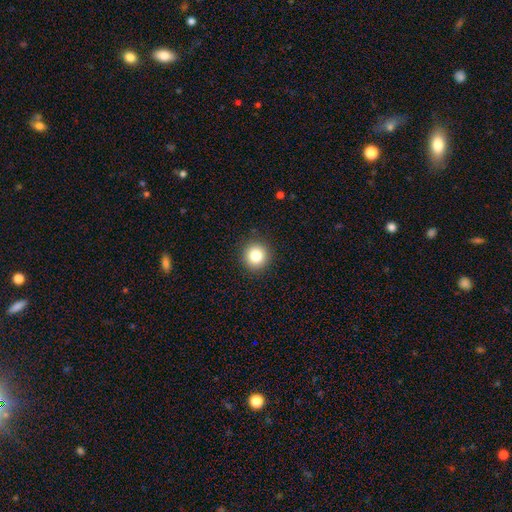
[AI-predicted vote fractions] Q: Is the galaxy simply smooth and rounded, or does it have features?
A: smooth — 83%.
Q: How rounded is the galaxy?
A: round — 93%.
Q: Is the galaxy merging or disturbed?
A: none — 92%.